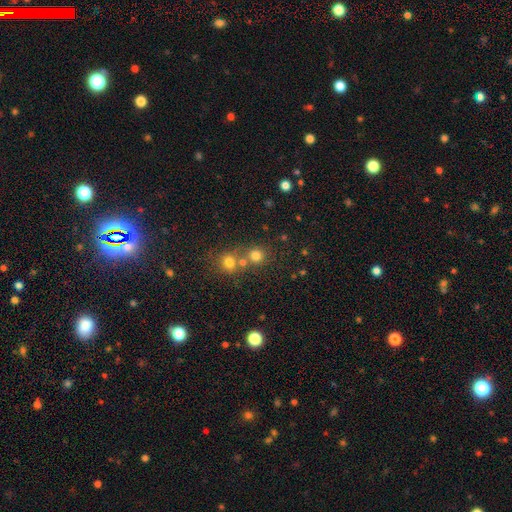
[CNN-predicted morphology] Smooth or featured: smooth — 76% (star or artifact — 16%)
How rounded: round — 88% (in between — 11%)
Merging: none — 57% (merger — 34%)